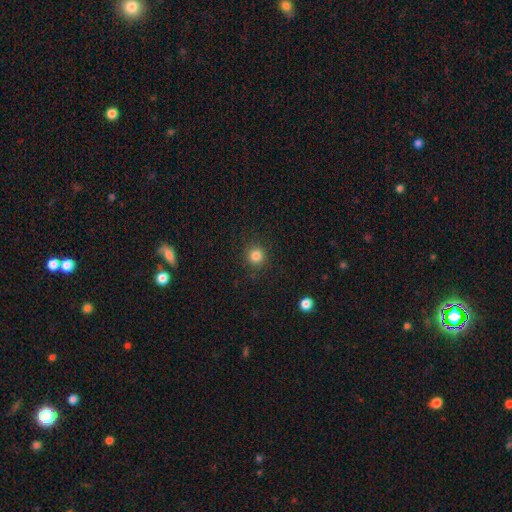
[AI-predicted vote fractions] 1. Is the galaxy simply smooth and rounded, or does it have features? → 83% smooth, 12% star or artifact, 5% featured or disk.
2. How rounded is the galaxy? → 93% round, 6% in between, 1% cigar-shaped.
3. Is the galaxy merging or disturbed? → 89% none, 7% minor disturbance, 3% major disturbance, 1% merger.